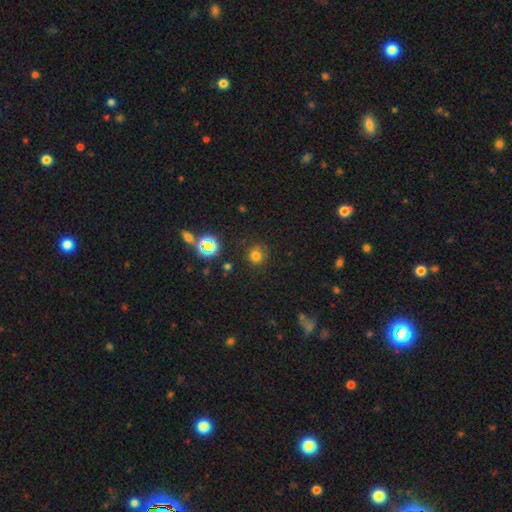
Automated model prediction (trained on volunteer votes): Smooth or featured? Predicted: smooth (p=0.68). How rounded? Predicted: round (p=0.84). Merging? Predicted: none (p=0.80).